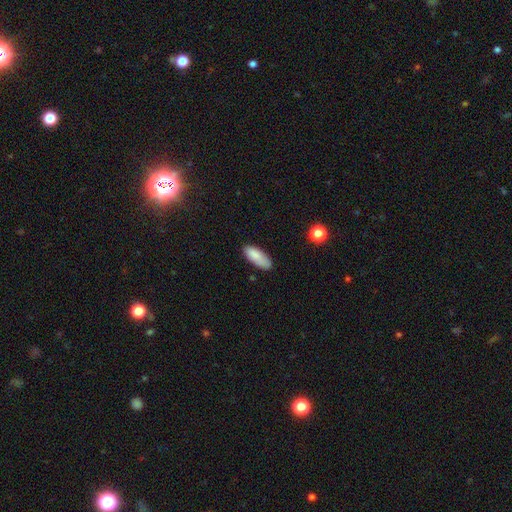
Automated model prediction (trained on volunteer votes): Smooth or featured?
  - smooth: 86% *
  - featured or disk: 7%
  - star or artifact: 7%
How rounded?
  - in between: 79% *
  - cigar-shaped: 20%
  - round: 2%
Merging?
  - none: 76% *
  - minor disturbance: 19%
  - major disturbance: 3%
  - merger: 2%